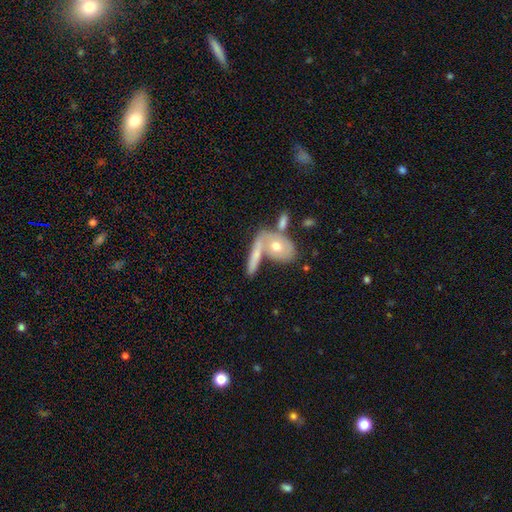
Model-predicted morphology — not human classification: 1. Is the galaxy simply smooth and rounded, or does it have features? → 58% smooth, 36% featured or disk, 6% star or artifact.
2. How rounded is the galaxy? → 52% in between, 39% cigar-shaped, 8% round.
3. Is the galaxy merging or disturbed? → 41% none, 40% merger, 13% minor disturbance, 6% major disturbance.